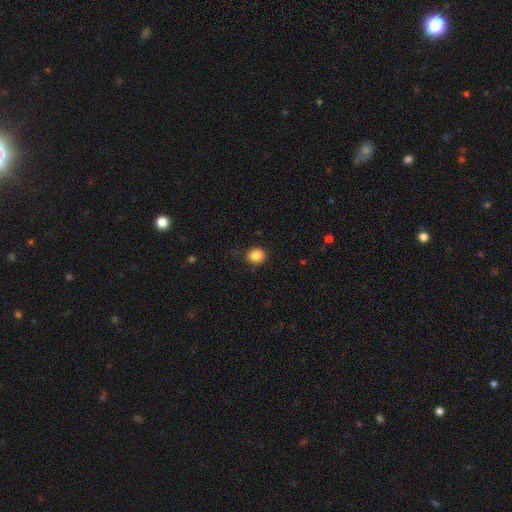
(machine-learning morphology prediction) A smooth galaxy with no disk features (86%) that is round (73%). Merging: none (82%).